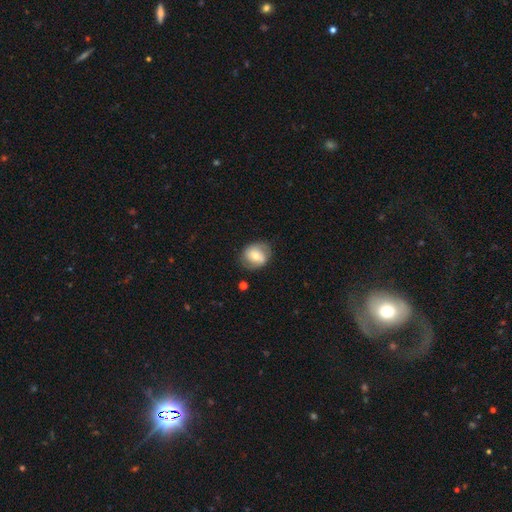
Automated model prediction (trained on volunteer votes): Smooth or featured? Predicted: smooth (p=0.49). Merging? Predicted: none (p=0.74).